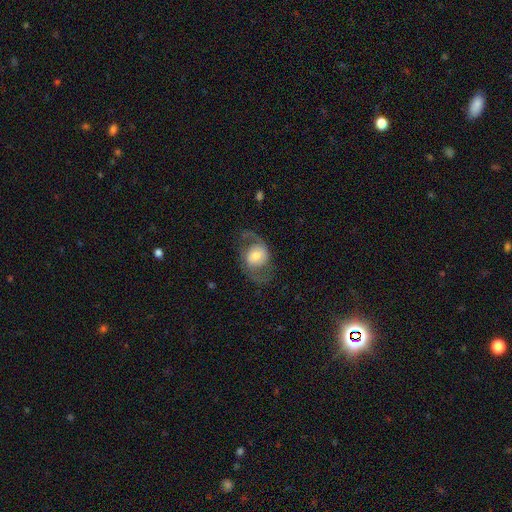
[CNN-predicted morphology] Overall: featured or disk (71%). Edge-on disk: no (96%). Bar: no (62%; weak 28%). Spiral arms: yes (85%). Spiral arm count: 2 (90%). Spiral winding: medium (45%; loose 44%). Bulge size: moderate (52%; small 24%). Merging: none (67%).